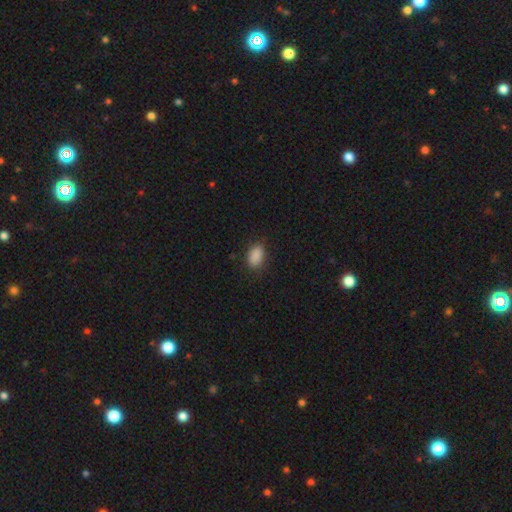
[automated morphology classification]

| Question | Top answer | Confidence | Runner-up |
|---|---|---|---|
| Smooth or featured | smooth | 89% | star or artifact (8%) |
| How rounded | in between | 88% | round (10%) |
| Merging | none | 83% | minor disturbance (13%) |